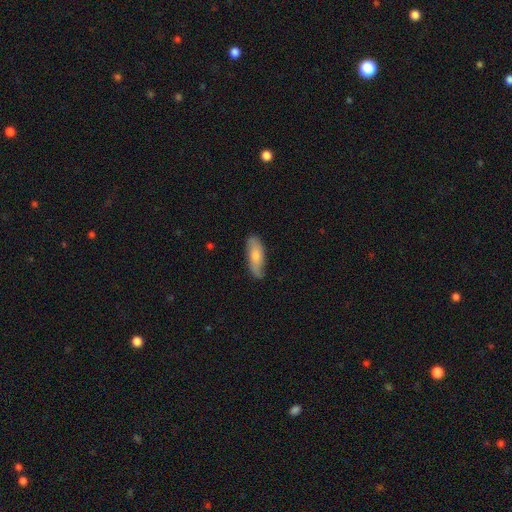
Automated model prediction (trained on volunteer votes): smooth_or_featured: smooth (p=0.71) [alt: featured or disk p=0.23]
how_rounded: in between (p=0.63) [alt: cigar-shaped p=0.35]
merging: none (p=0.79) [alt: minor disturbance p=0.17]